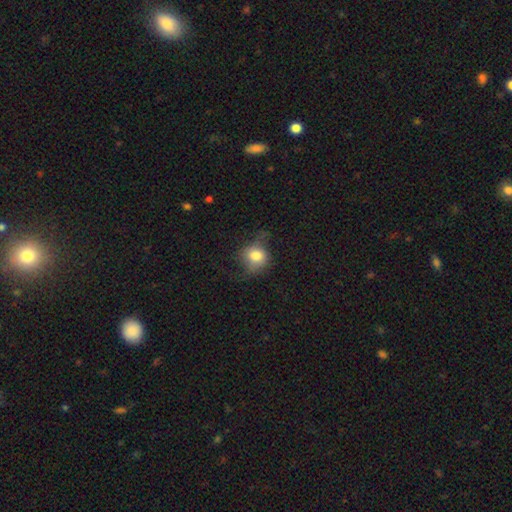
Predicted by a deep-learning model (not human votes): A smooth galaxy with no disk features (72%) that is round (69%).

Vote fractions:
- Smooth or featured? smooth: 72% / featured or disk: 18% / star or artifact: 10%
- How rounded? round: 69% / in between: 30% / cigar-shaped: 1%
- Merging? none: 49% / minor disturbance: 28% / major disturbance: 21% / merger: 2%